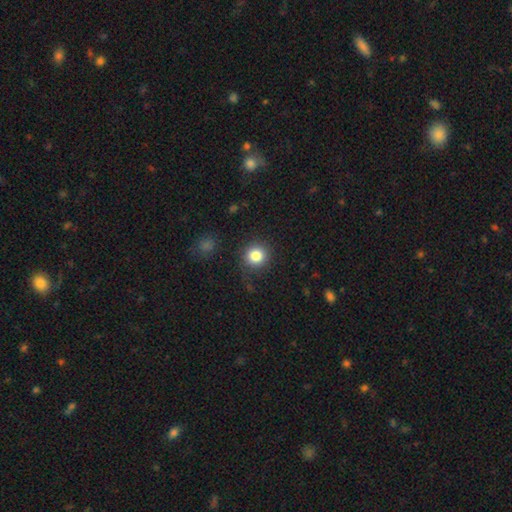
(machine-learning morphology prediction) A smooth galaxy with no disk features (83%) that is round (91%). Merging: none (85%).